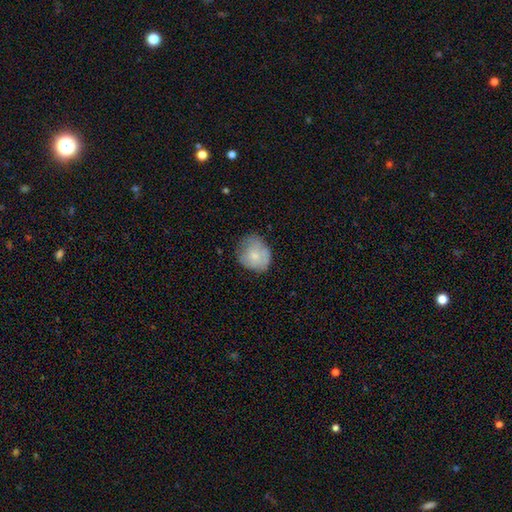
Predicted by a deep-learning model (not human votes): Smooth or featured: smooth — 73% (featured or disk — 19%)
How rounded: round — 65% (in between — 34%)
Merging: none — 56% (minor disturbance — 31%)